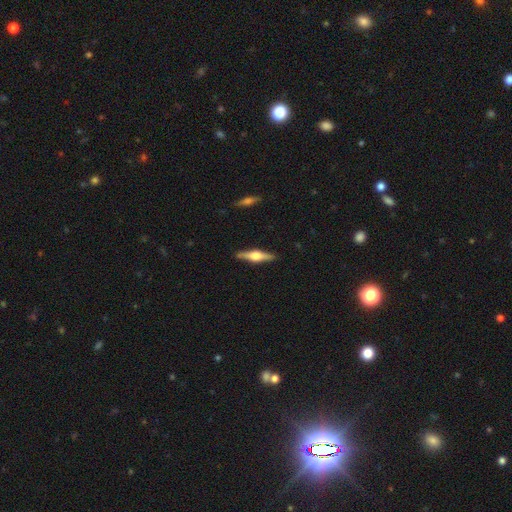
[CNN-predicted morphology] type=featured or disk (70%); edge-on=yes (97%); edge-on bulge=rounded (91%); merging=none (89%).